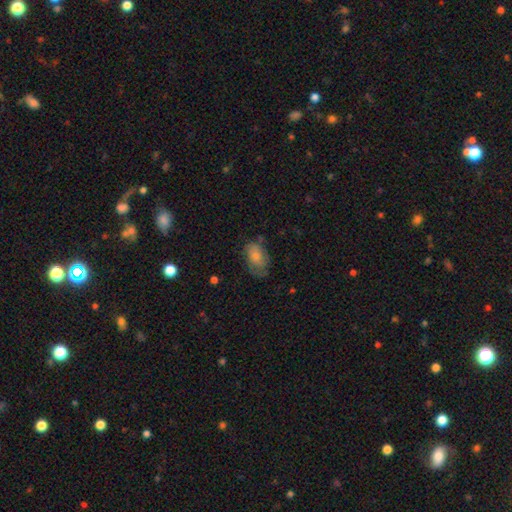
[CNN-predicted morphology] A smooth galaxy with no disk features (70%) that is in between round and cigar-shaped (88%). Merging: none (51%).